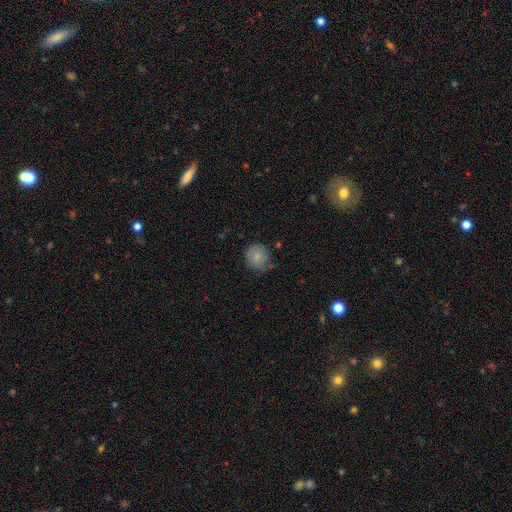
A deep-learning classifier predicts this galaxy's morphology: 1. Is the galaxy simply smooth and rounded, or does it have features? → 81% smooth, 10% featured or disk, 8% star or artifact.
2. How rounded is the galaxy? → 84% round, 15% in between, 1% cigar-shaped.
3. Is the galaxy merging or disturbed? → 71% none, 22% minor disturbance, 4% major disturbance, 2% merger.